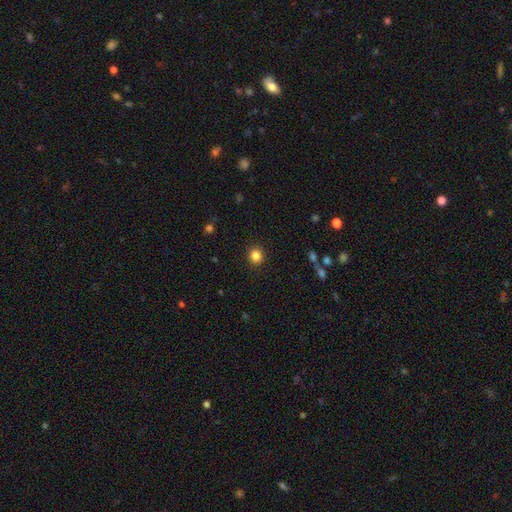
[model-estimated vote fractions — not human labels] Smooth or featured? Predicted: smooth (p=0.85). How rounded? Predicted: round (p=0.89). Merging? Predicted: none (p=0.91).